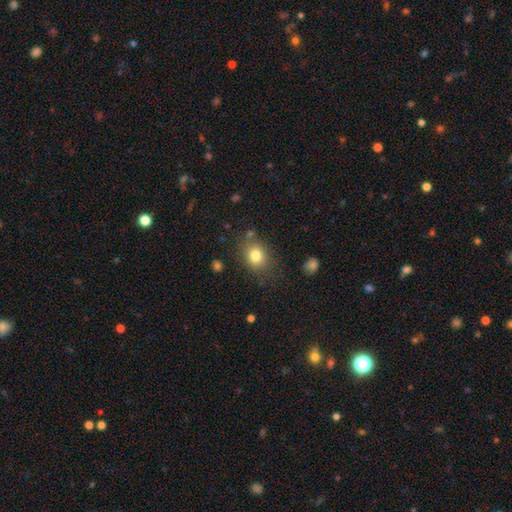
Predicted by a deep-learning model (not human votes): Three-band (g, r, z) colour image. It shows a smooth galaxy with no disk features (80%) that is round (53%). Merging: none (76%).